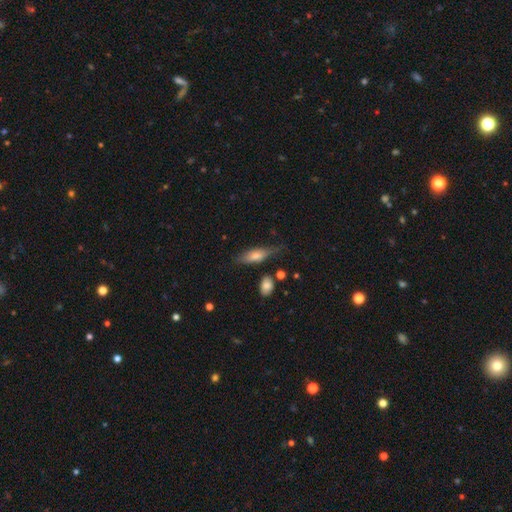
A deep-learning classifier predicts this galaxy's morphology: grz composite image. It shows a smooth galaxy with no disk features (59%) that is in between round and cigar-shaped (51%). Merging: none (63%).